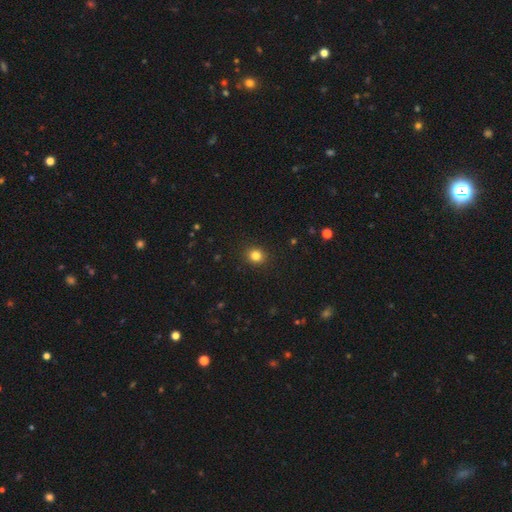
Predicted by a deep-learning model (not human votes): Overall: smooth (83%). How rounded: round (78%). Merging: none (91%).